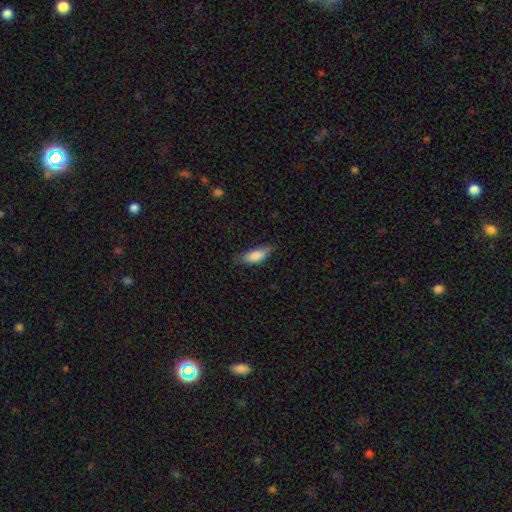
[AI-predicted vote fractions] smooth 84%, featured or disk 9%, star or artifact 6%. Down the decision tree: how rounded — in between (76%); merging — none (68%).